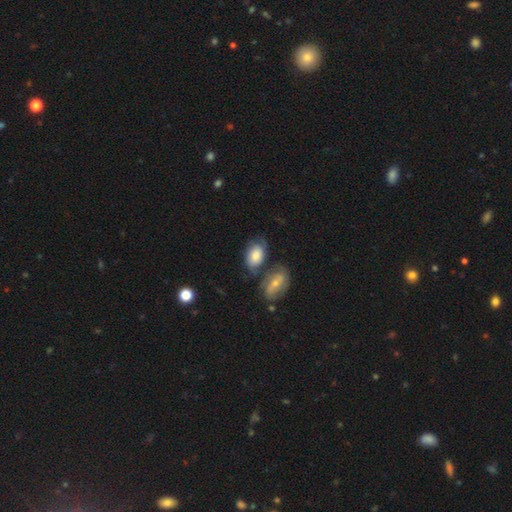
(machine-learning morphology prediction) Smooth or featured?
  - smooth: 65% *
  - featured or disk: 28%
  - star or artifact: 7%
How rounded?
  - in between: 88% *
  - round: 10%
  - cigar-shaped: 2%
Merging?
  - none: 47% *
  - merger: 24%
  - minor disturbance: 21%
  - major disturbance: 8%